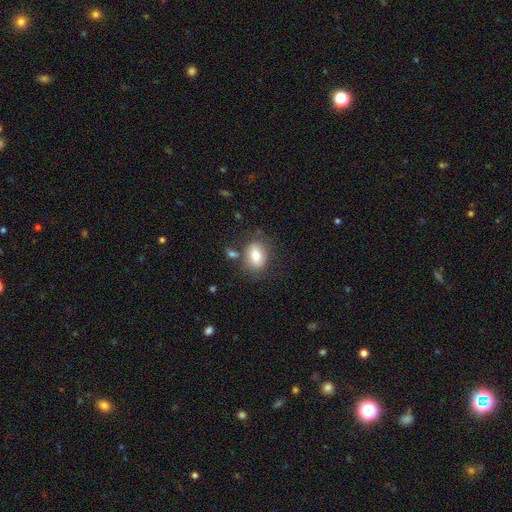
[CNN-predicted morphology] smooth_or_featured: smooth (p=0.76) [alt: featured or disk p=0.15]
how_rounded: in between (p=0.73) [alt: round p=0.26]
merging: none (p=0.73) [alt: minor disturbance p=0.14]